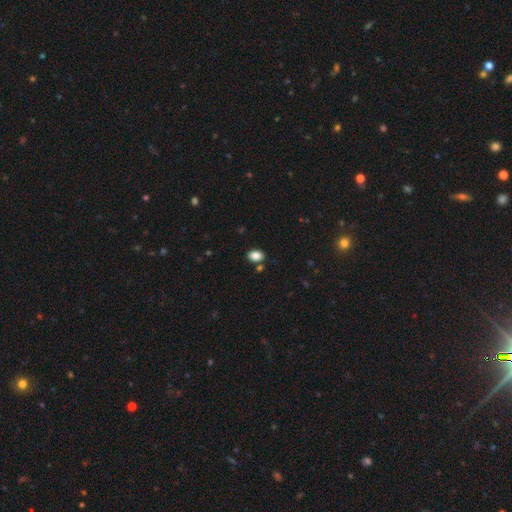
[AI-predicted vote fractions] smooth-or-featured: smooth: 86% | star or artifact: 9% | featured or disk: 5%
  how-rounded: in between: 74% | round: 25% | cigar-shaped: 1%
  merging: none: 82% | minor disturbance: 10% | merger: 6% | major disturbance: 2%